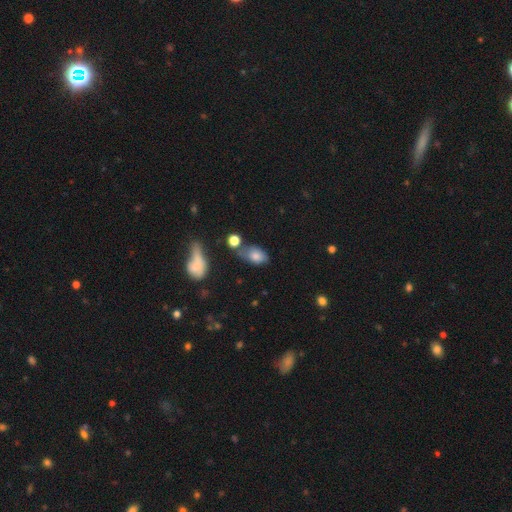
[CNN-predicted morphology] Smooth or featured? Predicted: smooth (p=0.76). How rounded? Predicted: in between (p=0.85). Merging? Predicted: none (p=0.45).